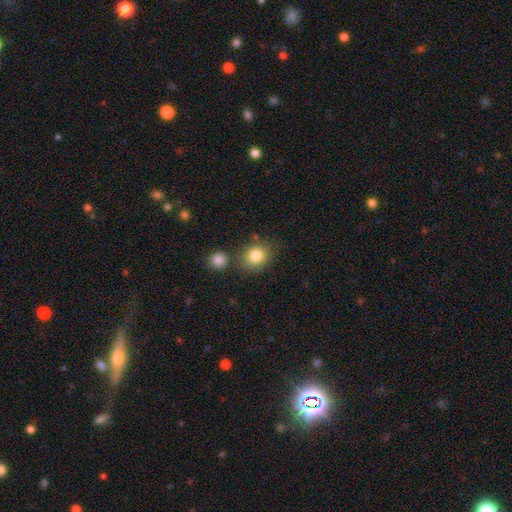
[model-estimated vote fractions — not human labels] The model was most divided on "how rounded": round: 62%, in between: 37%, cigar-shaped: 1%. More confident: smooth or featured — smooth (83%); merging — none (72%).